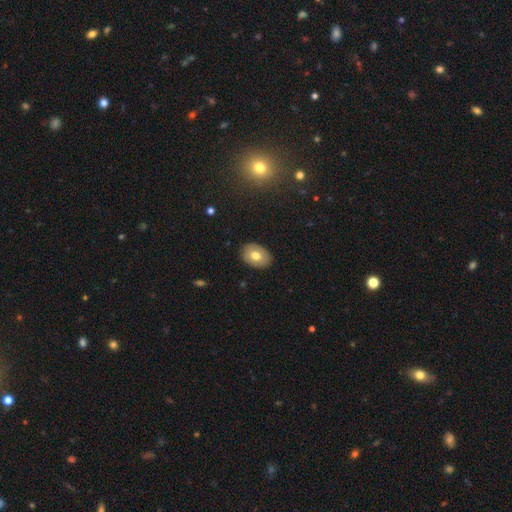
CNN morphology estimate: This is likely a smooth galaxy (68%). How rounded: likely in between (75%). Merging: clearly none (88%).